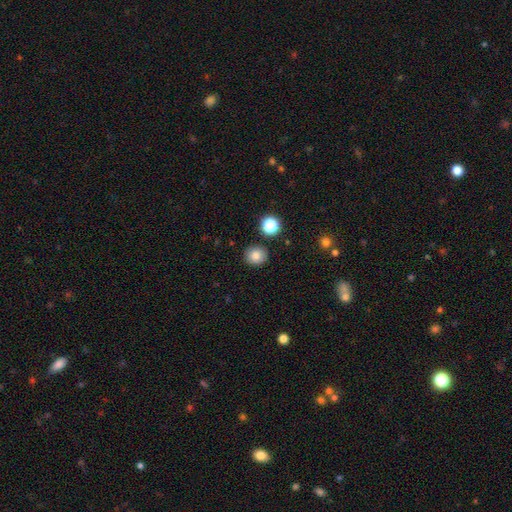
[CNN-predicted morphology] This is clearly a smooth galaxy (83%). How rounded: clearly round (84%). Merging: clearly none (87%).